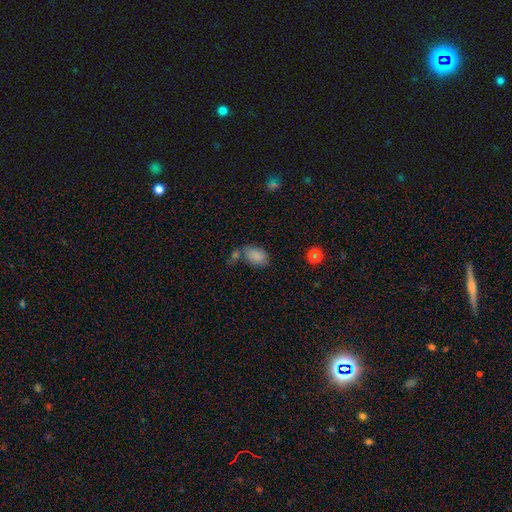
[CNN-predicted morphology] Smooth or featured: smooth — 83% (star or artifact — 11%)
How rounded: in between — 86% (round — 13%)
Merging: none — 52% (merger — 22%)